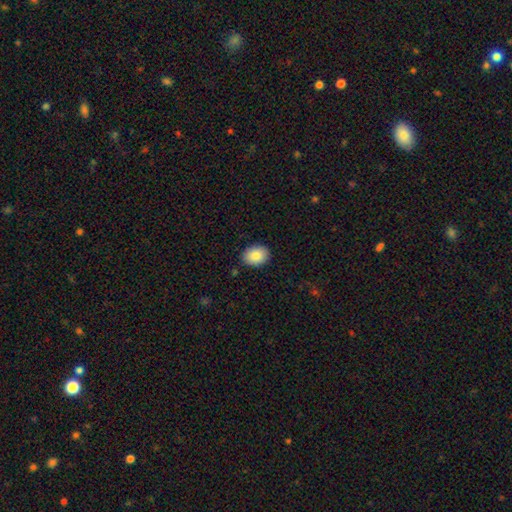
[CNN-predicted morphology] The model was most divided on "how rounded": in between: 66%, round: 33%, cigar-shaped: 1%. More confident: merging — none (88%); smooth or featured — smooth (86%).